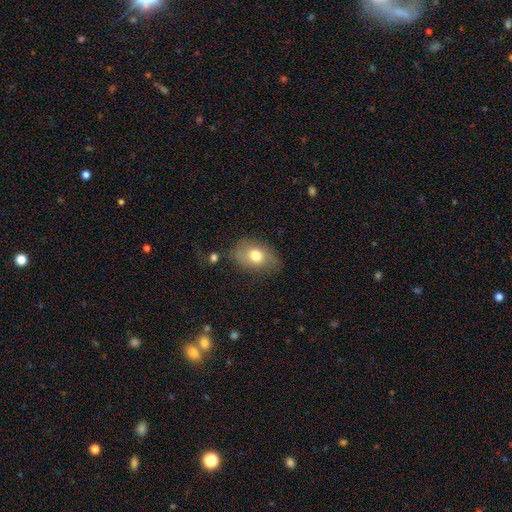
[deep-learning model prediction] A smooth galaxy with no disk features (72%) that is in between round and cigar-shaped (75%). Merging: none (65%).